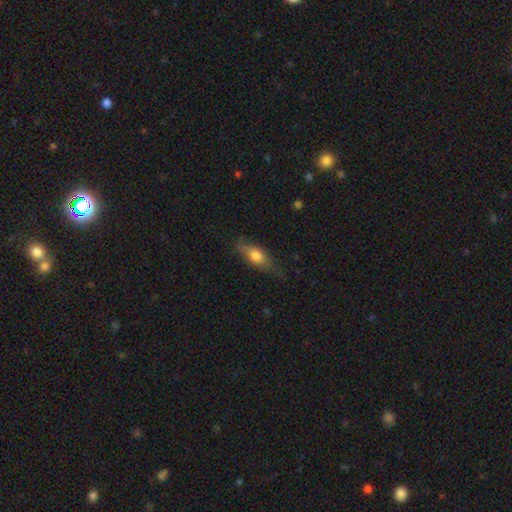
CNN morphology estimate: This is likely a smooth galaxy (67%). How rounded: likely in between (69%). Merging: likely none (64%).